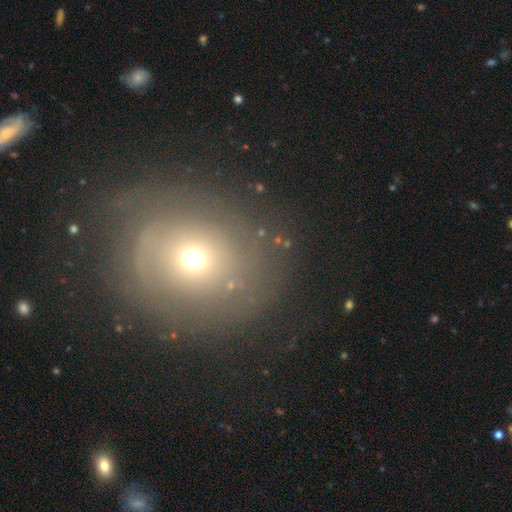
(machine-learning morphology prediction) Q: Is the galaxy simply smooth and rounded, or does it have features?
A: smooth — 44%.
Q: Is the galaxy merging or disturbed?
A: none — 72%.